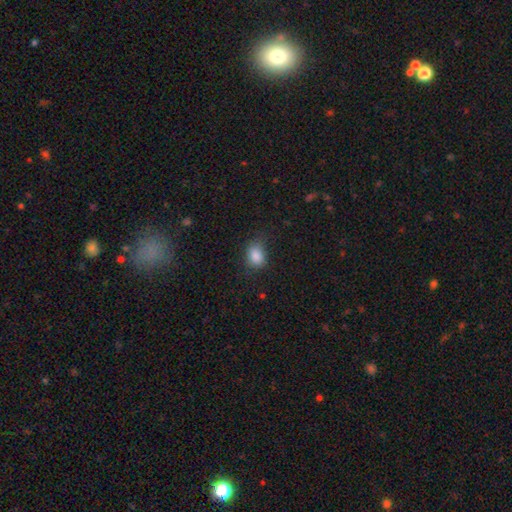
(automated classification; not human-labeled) A smooth galaxy with no disk features (86%) that is in between round and cigar-shaped (71%). Merging: none (69%).